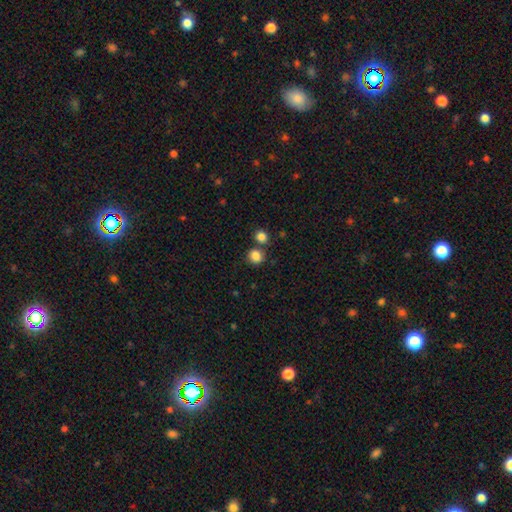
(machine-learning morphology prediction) Smooth or featured? Predicted: smooth (p=0.84). How rounded? Predicted: round (p=0.83). Merging? Predicted: none (p=0.69).